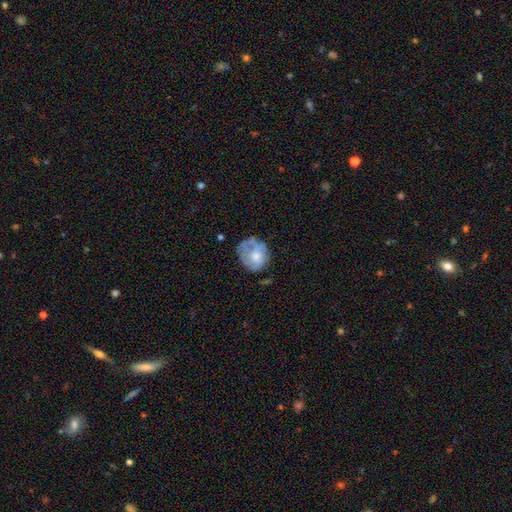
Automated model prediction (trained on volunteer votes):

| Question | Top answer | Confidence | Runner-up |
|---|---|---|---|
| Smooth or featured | smooth | 56% | featured or disk (37%) |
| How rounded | round | 64% | in between (35%) |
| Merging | none | 46% | minor disturbance (30%) |